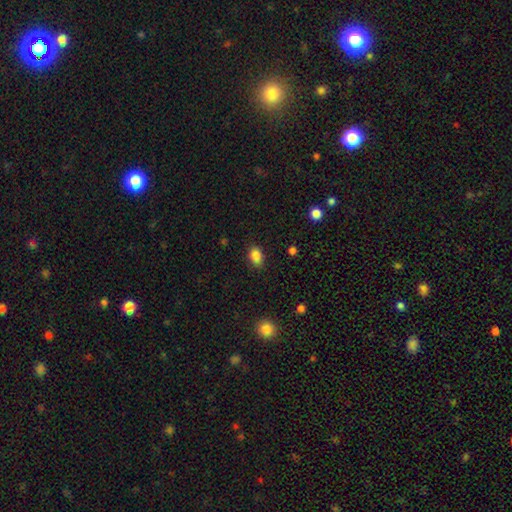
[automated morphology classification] Smooth or featured: smooth — 86% (star or artifact — 9%)
How rounded: in between — 82% (round — 17%)
Merging: none — 86% (minor disturbance — 11%)